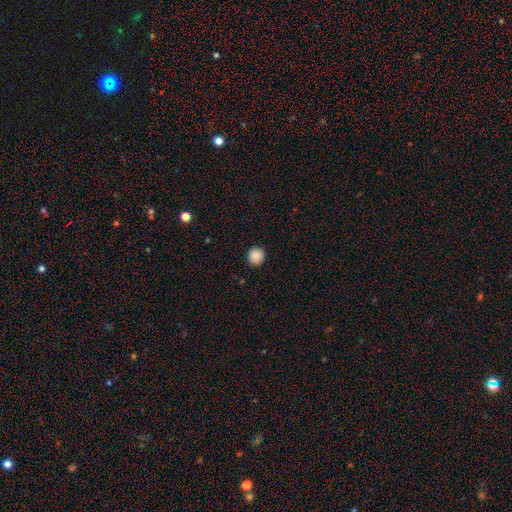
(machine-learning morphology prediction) smooth 88%, star or artifact 9%, featured or disk 3%. Down the decision tree: how rounded — round (92%); merging — none (90%).